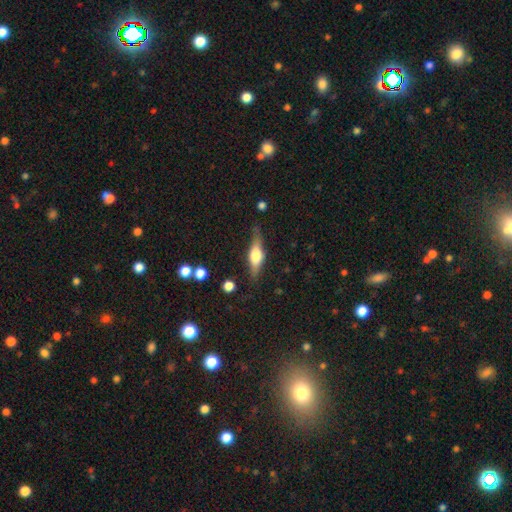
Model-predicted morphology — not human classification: A featured or disk galaxy (57%) viewed edge-on (94%) with a rounded central bulge (89%).

Vote fractions:
- Smooth or featured? featured or disk: 57% / smooth: 36% / star or artifact: 7%
- Edge-on disk? yes: 94% / no: 6%
- Edge-on bulge? rounded: 89% / boxy: 9% / none: 2%
- Merging? none: 80% / minor disturbance: 14% / major disturbance: 4% / merger: 2%